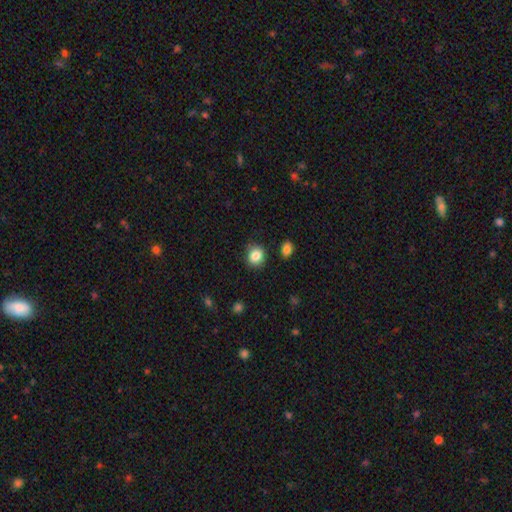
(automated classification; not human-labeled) Q: Smooth or featured?
A: smooth (85%); runner-up: star or artifact (9%)
Q: How rounded?
A: round (78%); runner-up: in between (21%)
Q: Merging?
A: none (83%); runner-up: minor disturbance (12%)